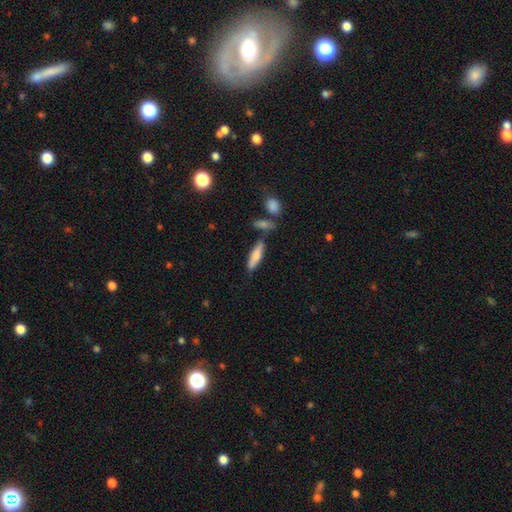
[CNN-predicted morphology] Smooth or featured: smooth — 74% (featured or disk — 20%)
How rounded: cigar-shaped — 65% (in between — 33%)
Merging: none — 68% (minor disturbance — 16%)